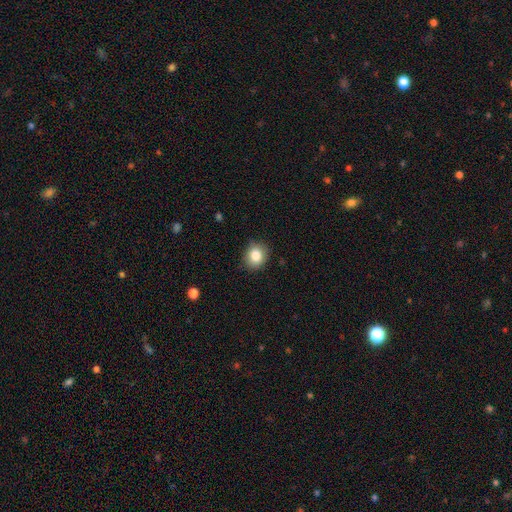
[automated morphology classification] This appears to be a smooth galaxy with no disk features (84%) that is round (69%). Merging: none (84%).